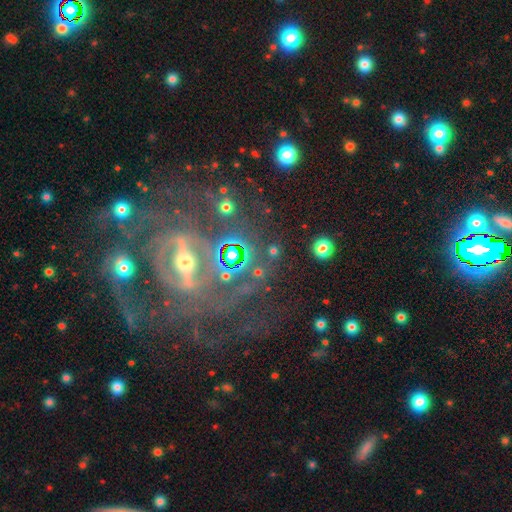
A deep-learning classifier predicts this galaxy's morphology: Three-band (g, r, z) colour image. It shows a featured or disk galaxy (81%) with a strong bar (52%), tight (57%) spiral arms (80%) and a small central bulge (50%). Merging: none (57%).